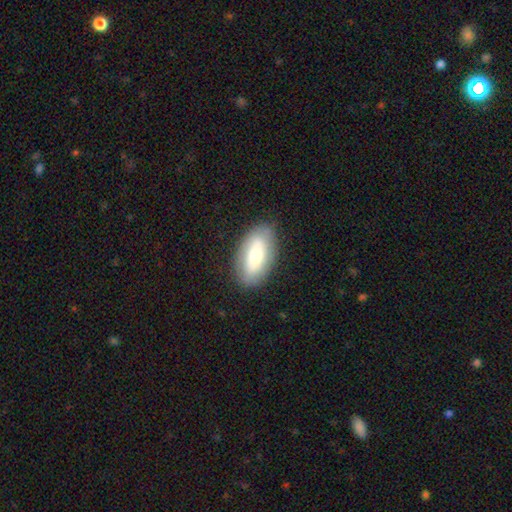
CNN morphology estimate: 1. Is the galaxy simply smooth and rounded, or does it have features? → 66% smooth, 27% featured or disk, 7% star or artifact.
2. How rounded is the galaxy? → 91% in between, 6% cigar-shaped, 3% round.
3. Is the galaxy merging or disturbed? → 83% none, 12% minor disturbance, 4% major disturbance, 1% merger.